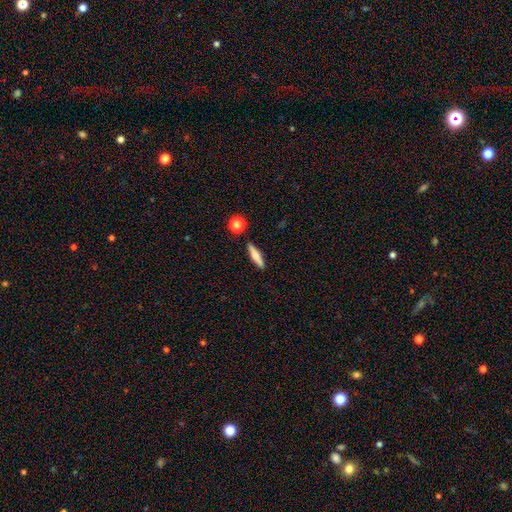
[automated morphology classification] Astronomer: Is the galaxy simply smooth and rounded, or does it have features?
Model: smooth — 63%.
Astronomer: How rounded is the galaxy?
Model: cigar-shaped — 77%.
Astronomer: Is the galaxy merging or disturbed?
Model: none — 86%.